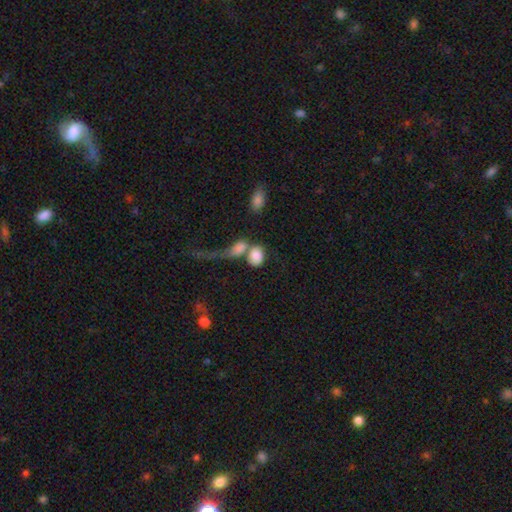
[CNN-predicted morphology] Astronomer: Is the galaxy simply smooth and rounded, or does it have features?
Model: smooth — 81%.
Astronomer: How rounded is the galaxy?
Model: in between — 66%.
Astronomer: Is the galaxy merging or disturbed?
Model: merger — 53%.